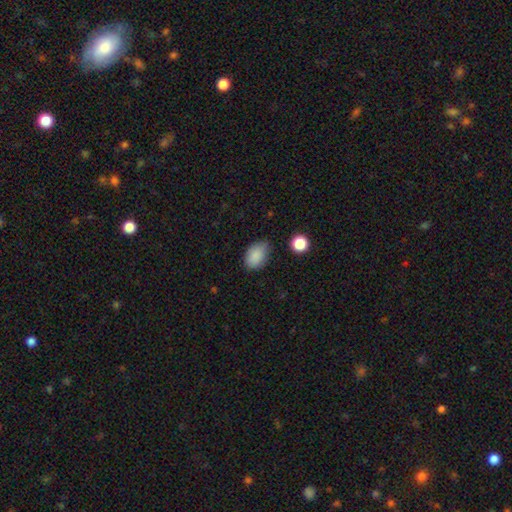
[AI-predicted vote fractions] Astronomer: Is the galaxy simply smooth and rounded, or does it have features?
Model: smooth — 87%.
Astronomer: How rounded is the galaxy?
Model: in between — 86%.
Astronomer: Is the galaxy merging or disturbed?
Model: none — 70%.